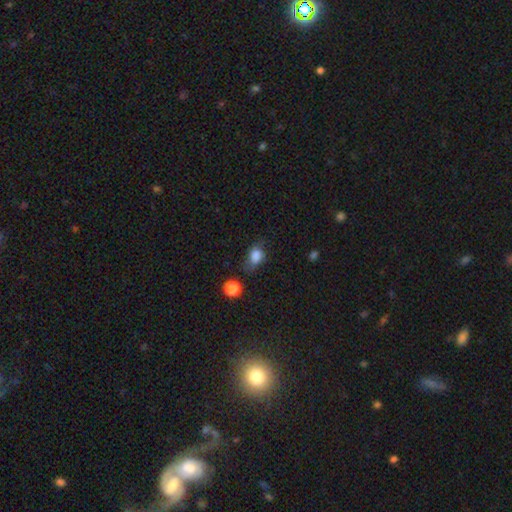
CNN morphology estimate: Q: Smooth or featured?
A: smooth (79%); runner-up: star or artifact (12%)
Q: How rounded?
A: in between (65%); runner-up: round (33%)
Q: Merging?
A: none (46%); runner-up: minor disturbance (32%)